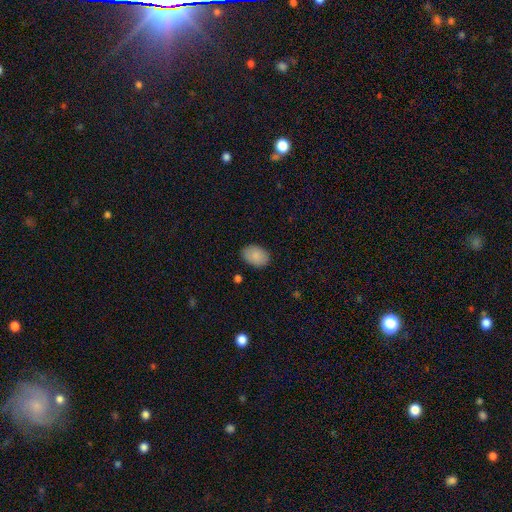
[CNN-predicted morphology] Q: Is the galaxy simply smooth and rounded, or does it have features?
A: smooth — 88%.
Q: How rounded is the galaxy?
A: in between — 83%.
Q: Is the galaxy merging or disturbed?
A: none — 87%.